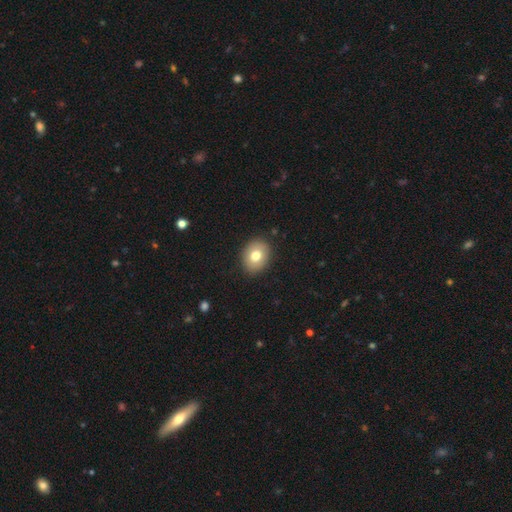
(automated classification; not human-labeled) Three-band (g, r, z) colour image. It shows a smooth galaxy with no disk features (76%) that is in between round and cigar-shaped (55%). Merging: none (88%).